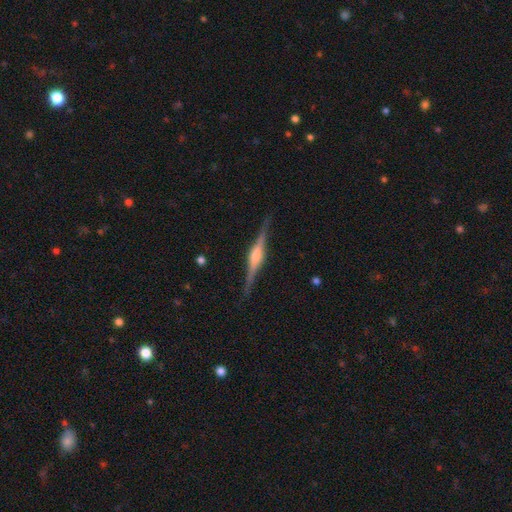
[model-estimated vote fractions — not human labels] smooth_or_featured: featured or disk (p=0.83) [alt: smooth p=0.11]
disk_edge_on: yes (p=0.98) [alt: no p=0.02]
edge_on_bulge: rounded (p=0.70) [alt: boxy p=0.25]
merging: none (p=0.89) [alt: minor disturbance p=0.08]